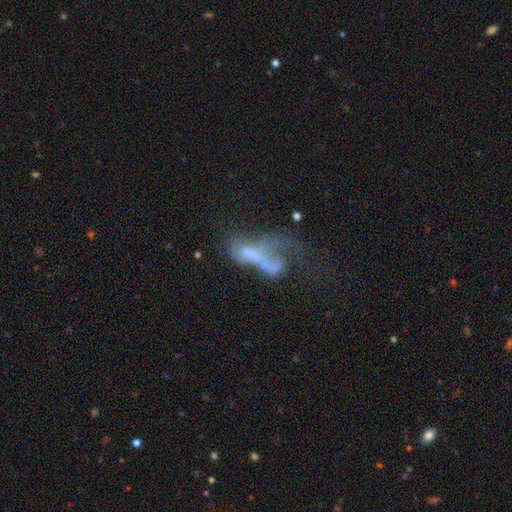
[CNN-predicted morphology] Smooth or featured: featured or disk — 54% (smooth — 31%)
Edge-on disk: no — 94% (yes — 6%)
Bar: no — 83% (weak — 13%)
Spiral arms: no — 79% (yes — 21%)
Bulge size: none — 51% (small — 26%)
Merging: merger — 49% (major disturbance — 32%)